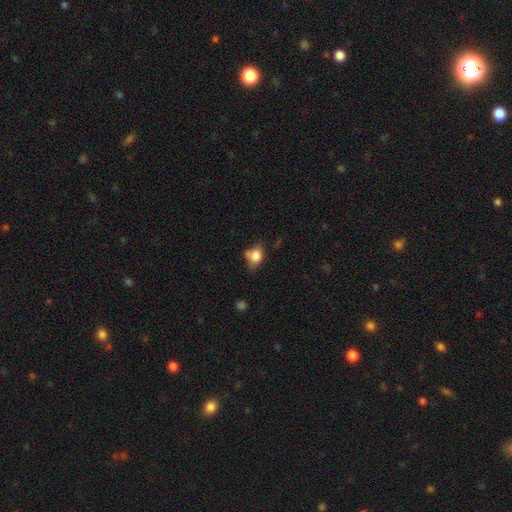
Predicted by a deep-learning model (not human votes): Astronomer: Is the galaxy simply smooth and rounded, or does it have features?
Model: smooth — 76%.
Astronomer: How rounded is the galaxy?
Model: in between — 66%.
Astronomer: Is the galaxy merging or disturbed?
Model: none — 44% (runner-up: minor disturbance, 29%).